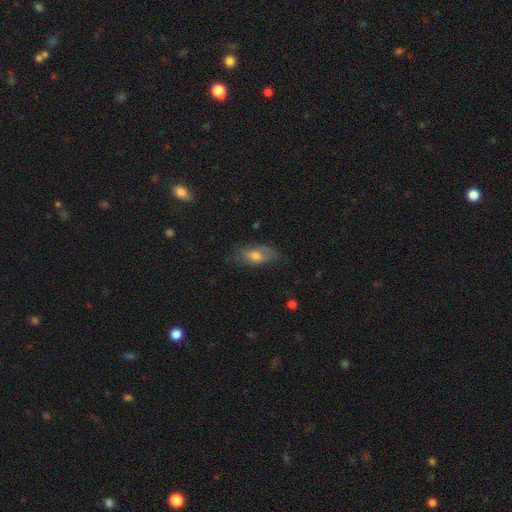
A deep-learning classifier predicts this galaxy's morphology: type=smooth (53%); roundness=in between (84%); merging=none (66%).